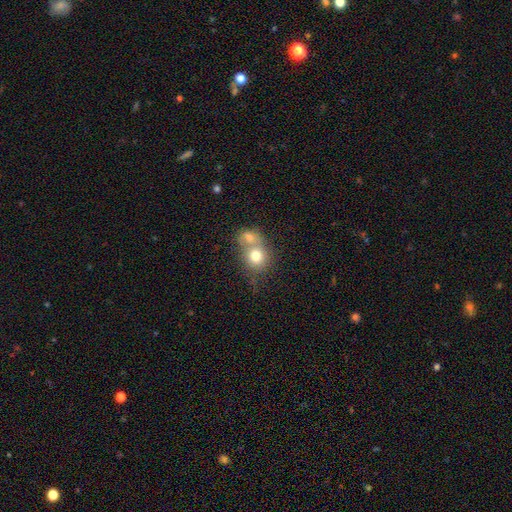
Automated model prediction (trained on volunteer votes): This appears to be a smooth galaxy with no disk features (75%) that is round (72%). Merging: merger (61%).